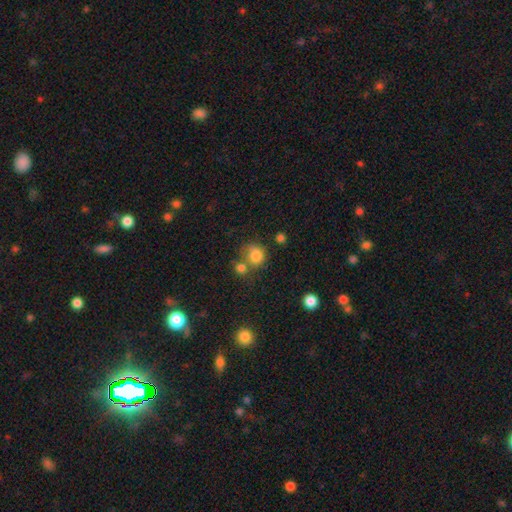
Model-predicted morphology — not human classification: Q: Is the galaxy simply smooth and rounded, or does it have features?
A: smooth — 81%.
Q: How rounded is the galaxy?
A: round — 81%.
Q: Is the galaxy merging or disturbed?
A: none — 51%.